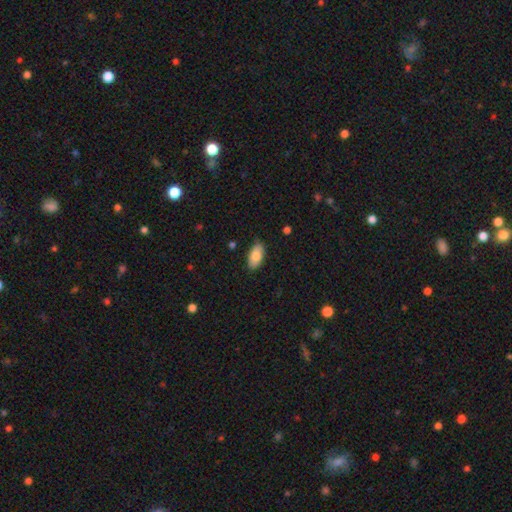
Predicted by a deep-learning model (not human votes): This appears to be a smooth galaxy with no disk features (80%) that is in between round and cigar-shaped (94%). Merging: none (84%).